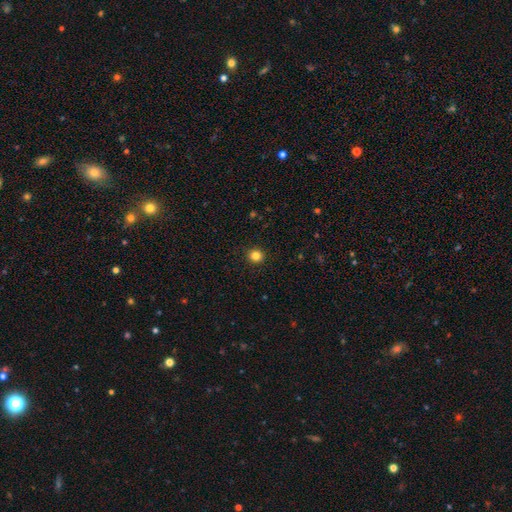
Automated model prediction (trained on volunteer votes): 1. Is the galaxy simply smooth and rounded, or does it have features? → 83% smooth, 12% star or artifact, 5% featured or disk.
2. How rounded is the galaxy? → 93% round, 6% in between, 1% cigar-shaped.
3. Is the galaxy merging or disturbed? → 93% none, 5% minor disturbance, 2% major disturbance, 1% merger.